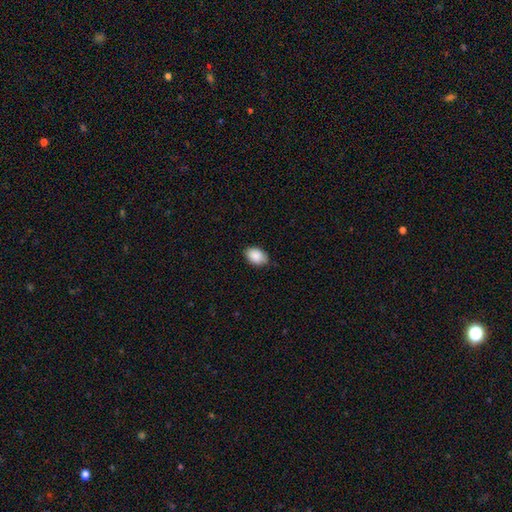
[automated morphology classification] Smooth or featured? smooth (89%)
How rounded? in between (87%)
Merging? none (81%)